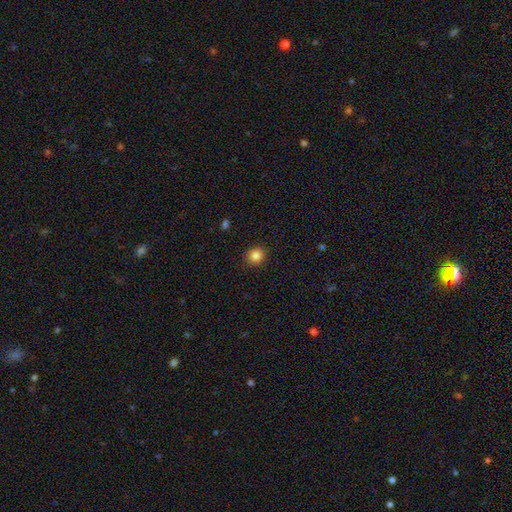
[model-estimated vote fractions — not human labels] This is clearly a smooth galaxy (85%). How rounded: clearly round (89%). Merging: clearly none (91%).